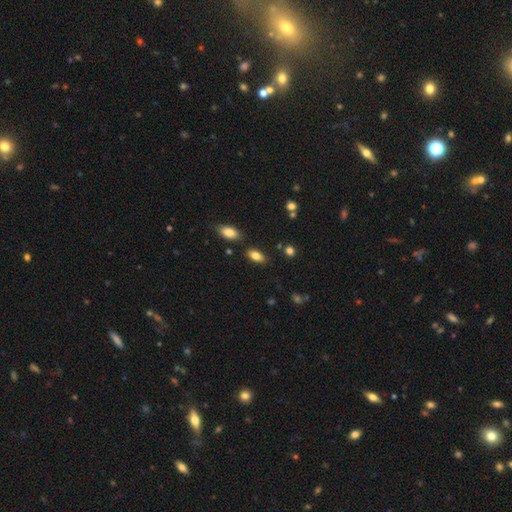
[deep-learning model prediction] Smooth or featured: smooth — 82% (featured or disk — 10%)
How rounded: in between — 89% (cigar-shaped — 6%)
Merging: none — 81% (minor disturbance — 11%)